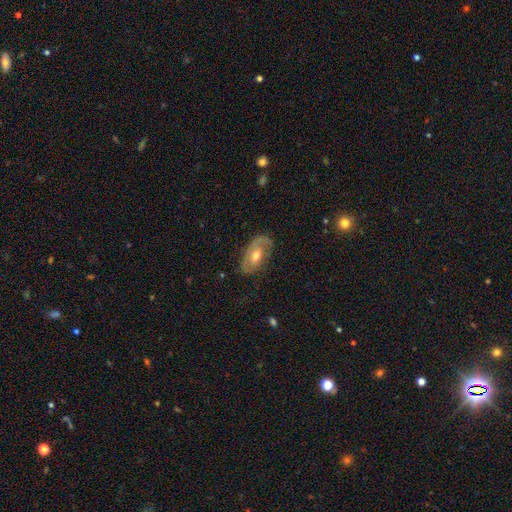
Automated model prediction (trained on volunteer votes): smooth-or-featured: featured or disk: 61% | smooth: 33% | star or artifact: 7%
  disk-edge-on: no: 90% | yes: 10%
    bar: no: 70% | weak: 24% | strong: 6%
    has-spiral-arms: yes: 65% | no: 35%
    bulge-size: moderate: 72% | small: 19% | large: 6% | none: 1% | dominant: 1%
  merging: none: 66% | minor disturbance: 23% | major disturbance: 10% | merger: 2%